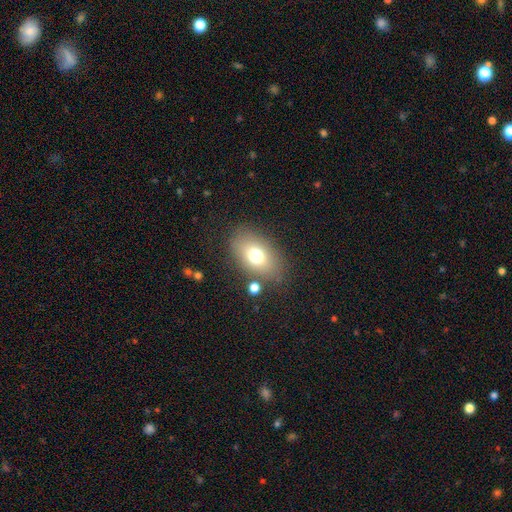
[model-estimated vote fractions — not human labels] Morphology: type=smooth (71%); roundness=in between (85%); merging=none (79%).